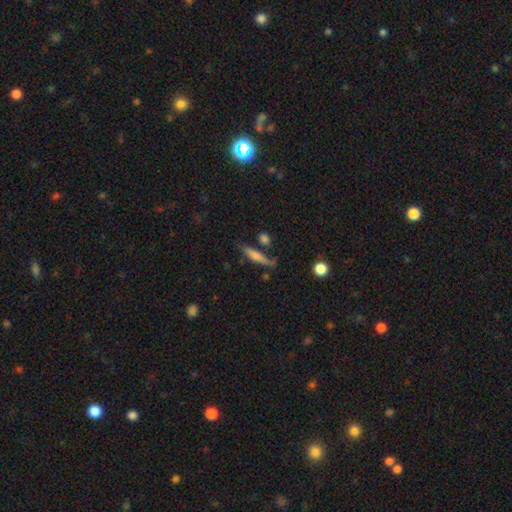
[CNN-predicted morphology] smooth 61%, featured or disk 31%, star or artifact 7%. Down the decision tree: how rounded — cigar-shaped (87%); merging — none (69%).